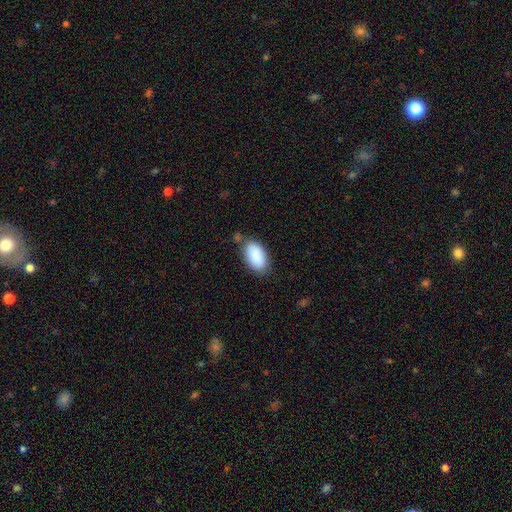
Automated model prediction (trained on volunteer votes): The model was most divided on "merging": none: 72%, minor disturbance: 19%, merger: 5%, major disturbance: 5%. More confident: how rounded — in between (95%); smooth or featured — smooth (89%).